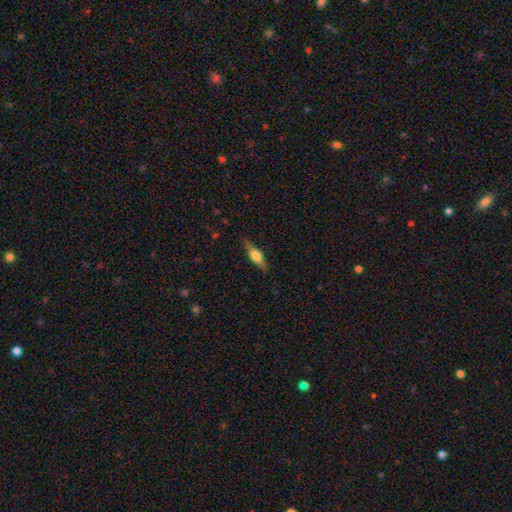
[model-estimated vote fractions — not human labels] Smooth or featured? Predicted: featured or disk (p=0.53). Edge-on disk? Predicted: yes (p=0.94). Merging? Predicted: none (p=0.86).